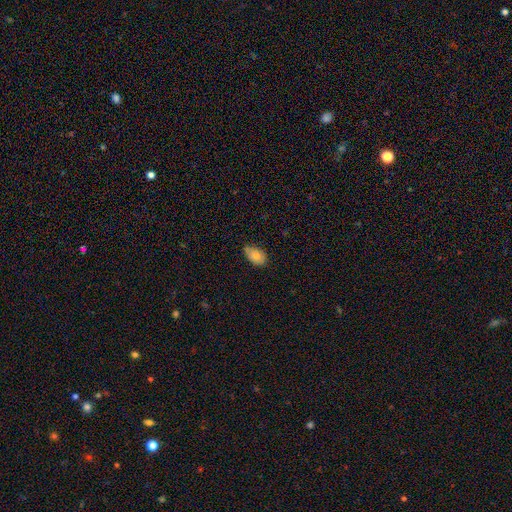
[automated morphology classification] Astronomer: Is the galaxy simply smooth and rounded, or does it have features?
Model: smooth — 77%.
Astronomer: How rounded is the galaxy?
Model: in between — 89%.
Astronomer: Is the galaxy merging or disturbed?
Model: none — 66%.